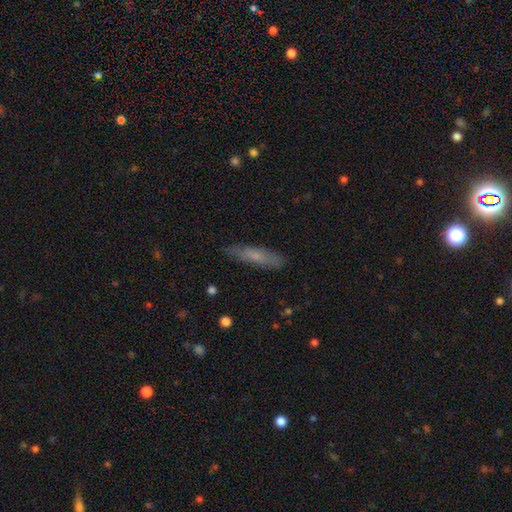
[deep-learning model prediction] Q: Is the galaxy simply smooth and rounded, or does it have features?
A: smooth — 64%.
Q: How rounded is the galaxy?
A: cigar-shaped — 79%.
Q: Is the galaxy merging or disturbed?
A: none — 83%.